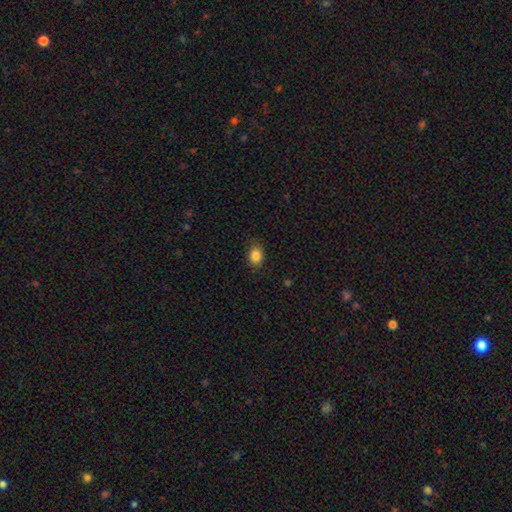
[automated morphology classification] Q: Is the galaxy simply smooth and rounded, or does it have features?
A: smooth — 86%.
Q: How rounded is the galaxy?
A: in between — 60%.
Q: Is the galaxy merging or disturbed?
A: none — 84%.